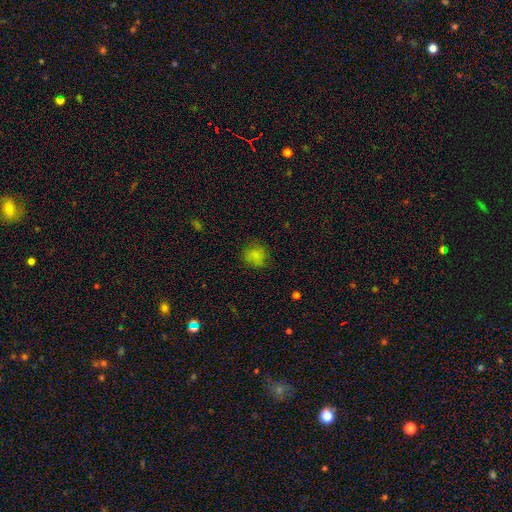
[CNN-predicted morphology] The model was most divided on "merging": none: 77%, minor disturbance: 17%, major disturbance: 5%, merger: 1%. More confident: how rounded — round (84%); smooth or featured — smooth (81%).